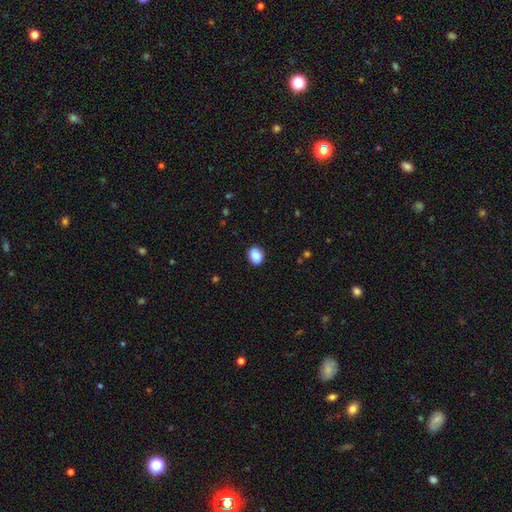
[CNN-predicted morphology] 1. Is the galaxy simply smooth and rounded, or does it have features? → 87% smooth, 8% star or artifact, 5% featured or disk.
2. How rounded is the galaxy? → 51% round, 48% in between, 1% cigar-shaped.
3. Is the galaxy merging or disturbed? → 90% none, 7% minor disturbance, 2% major disturbance, 1% merger.